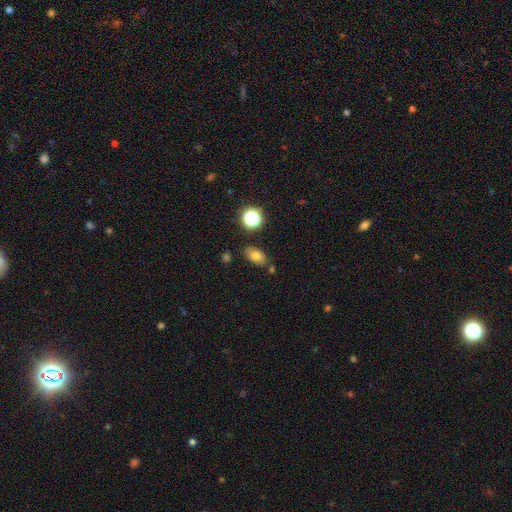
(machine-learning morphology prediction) A smooth galaxy with no disk features (74%) that is in between round and cigar-shaped (85%).

Vote fractions:
- Smooth or featured? smooth: 74% / featured or disk: 13% / star or artifact: 13%
- How rounded? in between: 85% / round: 13% / cigar-shaped: 2%
- Merging? none: 77% / minor disturbance: 13% / merger: 6% / major disturbance: 3%